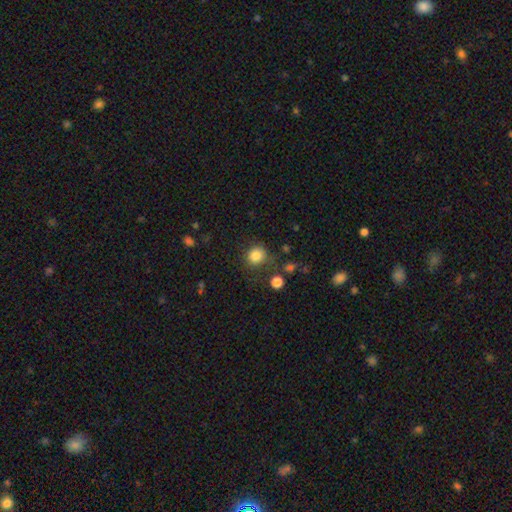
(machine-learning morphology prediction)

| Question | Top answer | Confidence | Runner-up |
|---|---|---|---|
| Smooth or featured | smooth | 83% | star or artifact (12%) |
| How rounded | round | 88% | in between (11%) |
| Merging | none | 77% | minor disturbance (13%) |